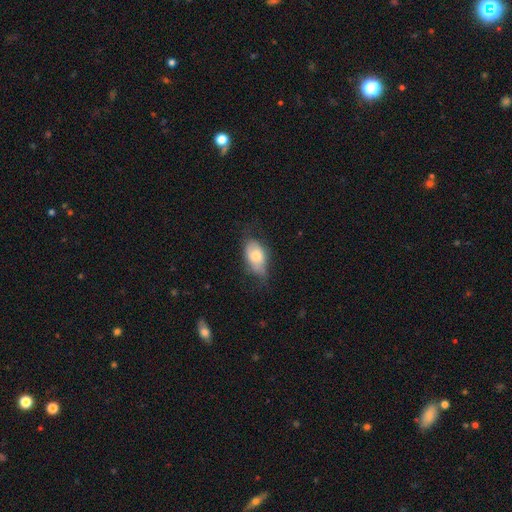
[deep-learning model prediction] Q: Smooth or featured?
A: smooth (68%); runner-up: featured or disk (25%)
Q: How rounded?
A: in between (91%); runner-up: round (6%)
Q: Merging?
A: none (49%); runner-up: minor disturbance (36%)